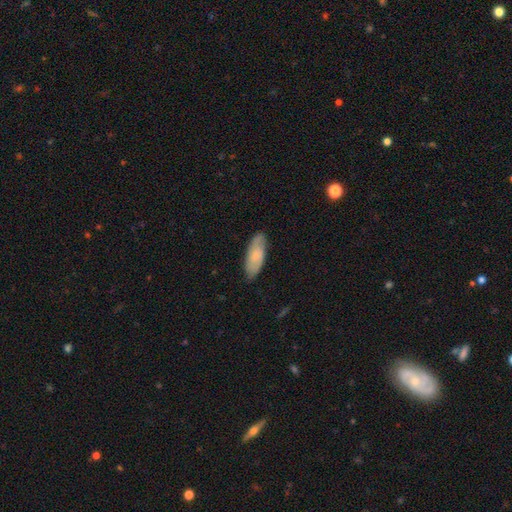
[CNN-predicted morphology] Smooth or featured?
  - smooth: 63% *
  - featured or disk: 31%
  - star or artifact: 6%
How rounded?
  - in between: 73% *
  - cigar-shaped: 25%
  - round: 2%
Merging?
  - none: 81% *
  - minor disturbance: 16%
  - major disturbance: 3%
  - merger: 1%